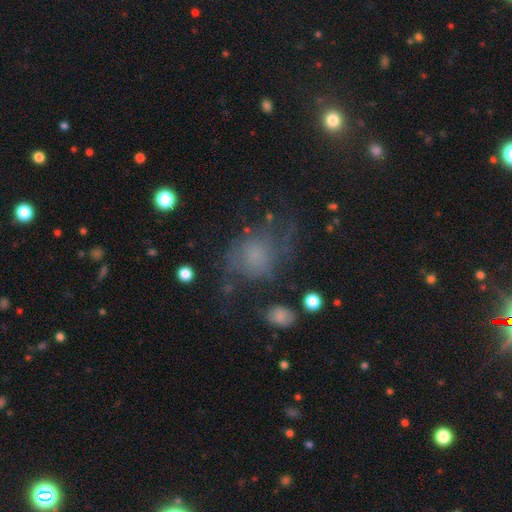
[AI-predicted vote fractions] Overall: smooth (42%; featured or disk 41%). Merging: none (48%; major disturbance 25%).